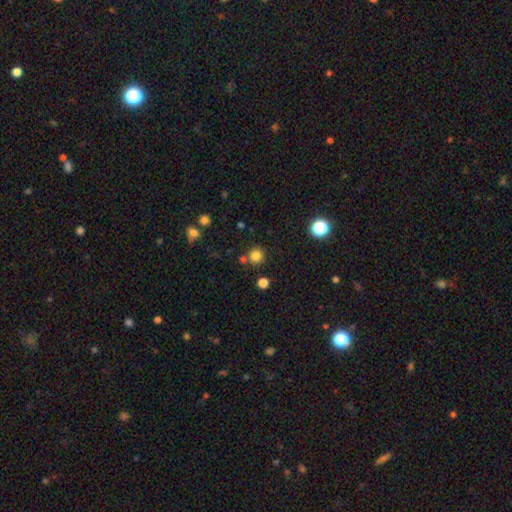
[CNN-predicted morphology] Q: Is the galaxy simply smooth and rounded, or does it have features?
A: smooth — 81%.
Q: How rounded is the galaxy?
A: round — 93%.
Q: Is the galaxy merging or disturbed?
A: none — 81%.